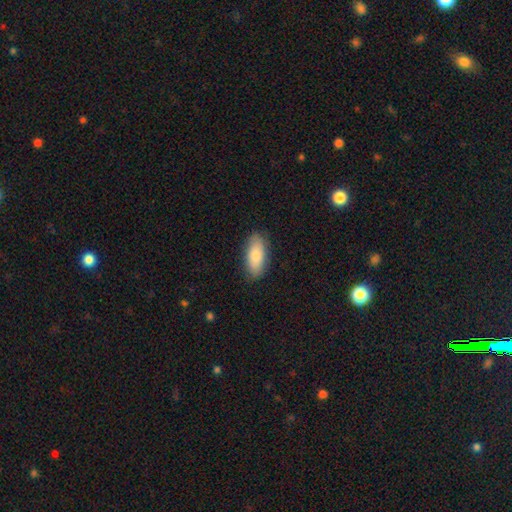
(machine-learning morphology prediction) The model was most divided on "smooth or featured": smooth: 83%, featured or disk: 11%, star or artifact: 6%. More confident: how rounded — in between (85%); merging — none (85%).